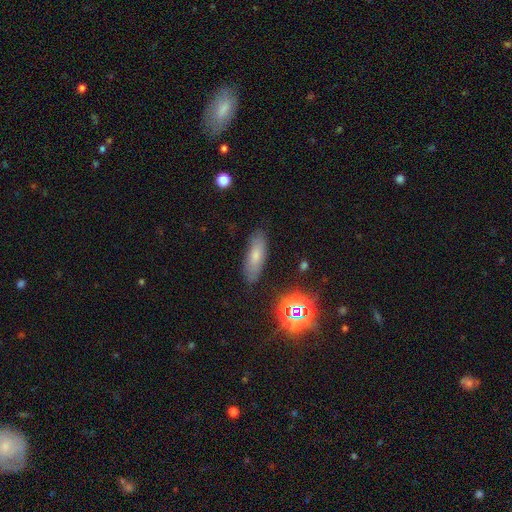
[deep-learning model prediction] Smooth or featured? smooth (70%)
How rounded? in between (55%)
Merging? none (83%)